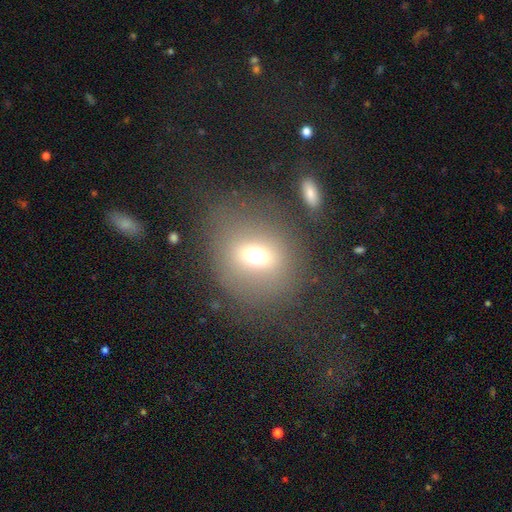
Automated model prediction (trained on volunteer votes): Smooth or featured: smooth — 64% (featured or disk — 19%)
How rounded: round — 68% (in between — 30%)
Merging: none — 67% (minor disturbance — 15%)